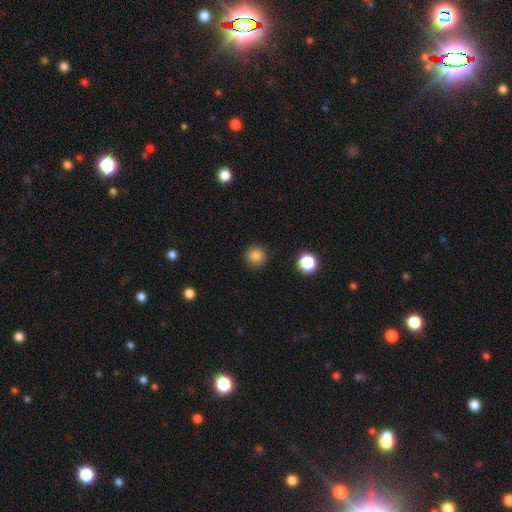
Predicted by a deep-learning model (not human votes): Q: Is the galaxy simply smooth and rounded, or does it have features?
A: smooth — 83%.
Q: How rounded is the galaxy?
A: round — 94%.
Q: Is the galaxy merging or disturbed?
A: none — 90%.